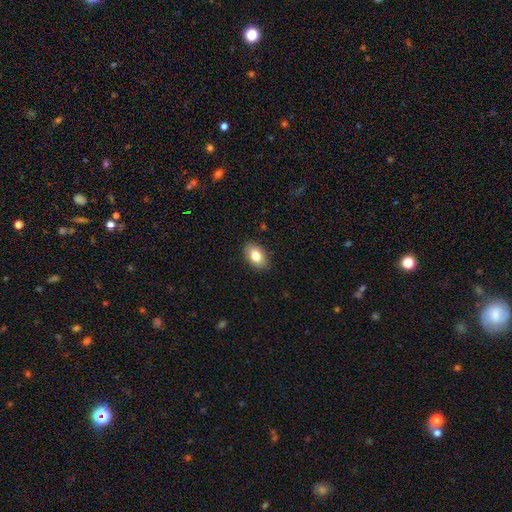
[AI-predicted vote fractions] Smooth or featured?
  - smooth: 82% *
  - featured or disk: 10%
  - star or artifact: 8%
How rounded?
  - in between: 89% *
  - round: 10%
  - cigar-shaped: 1%
Merging?
  - none: 88% *
  - minor disturbance: 9%
  - major disturbance: 2%
  - merger: 1%